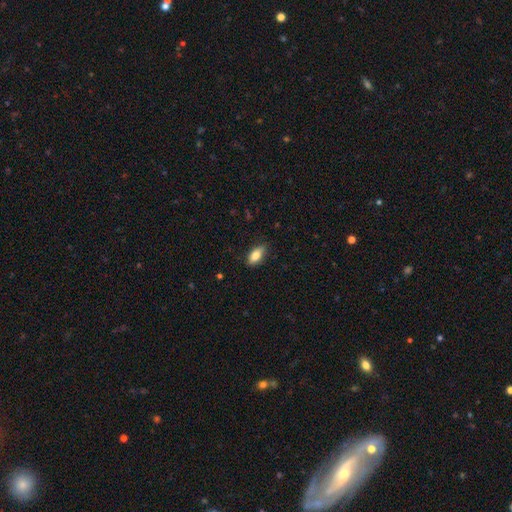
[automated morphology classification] Smooth or featured? Predicted: smooth (p=0.78). How rounded? Predicted: in between (p=0.86). Merging? Predicted: none (p=0.84).